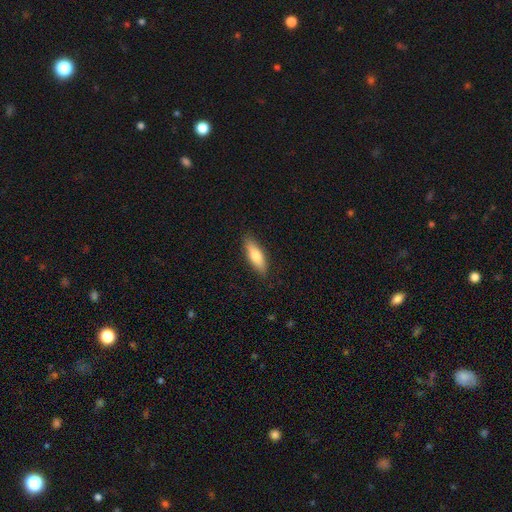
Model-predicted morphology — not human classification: This appears to be a smooth galaxy with no disk features (74%) that is in between round and cigar-shaped (52%). Merging: none (86%).